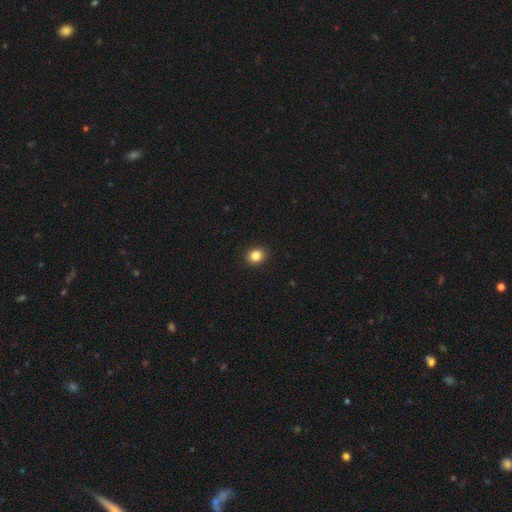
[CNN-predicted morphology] type=smooth (85%); roundness=round (80%); merging=none (92%).